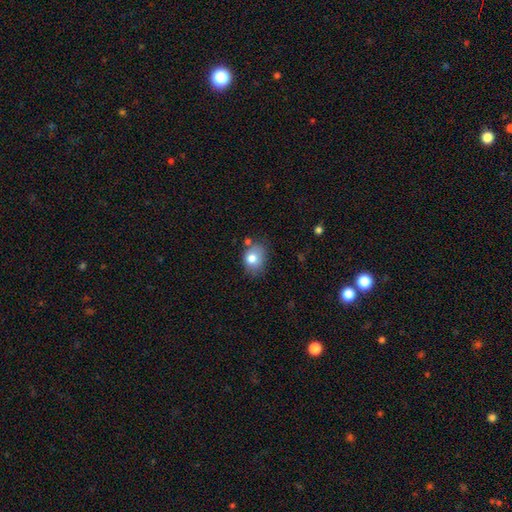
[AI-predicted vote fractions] Overall: smooth (76%). How rounded: round (51%; in between 48%). Merging: none (69%).